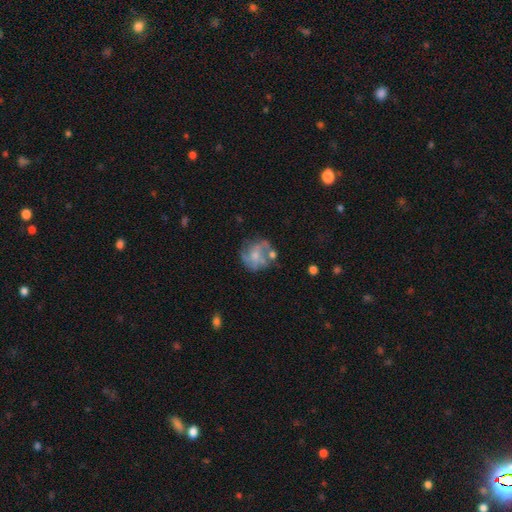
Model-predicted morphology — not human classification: Q: Smooth or featured?
A: featured or disk (63%); runner-up: smooth (28%)
Q: Edge-on disk?
A: no (98%); runner-up: yes (2%)
Q: Bar?
A: no (68%); runner-up: weak (27%)
Q: Spiral arms?
A: yes (64%); runner-up: no (36%)
Q: Bulge size?
A: small (43%); runner-up: moderate (37%)
Q: Merging?
A: none (50%); runner-up: minor disturbance (21%)